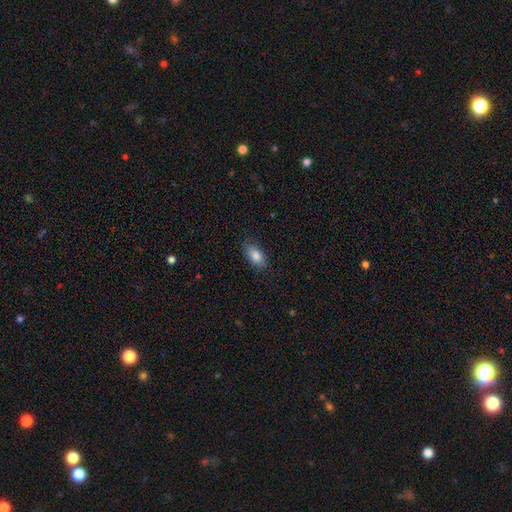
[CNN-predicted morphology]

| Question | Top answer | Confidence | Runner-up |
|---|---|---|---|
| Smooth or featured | smooth | 83% | featured or disk (9%) |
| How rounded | in between | 90% | round (5%) |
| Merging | none | 80% | minor disturbance (16%) |